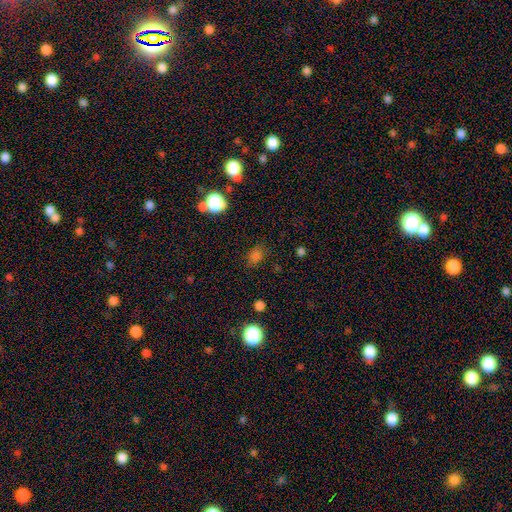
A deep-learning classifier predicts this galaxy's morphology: Overall: smooth (75%). How rounded: in between (56%; round 42%). Merging: none (80%).